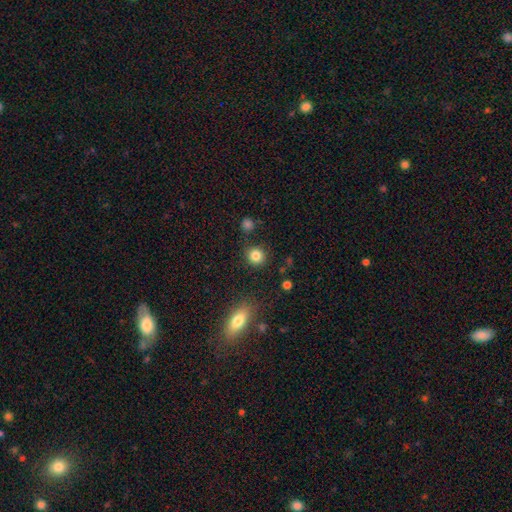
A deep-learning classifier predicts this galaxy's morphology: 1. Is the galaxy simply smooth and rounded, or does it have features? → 84% smooth, 11% star or artifact, 5% featured or disk.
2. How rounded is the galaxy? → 90% round, 9% in between, 1% cigar-shaped.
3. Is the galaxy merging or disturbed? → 87% none, 7% minor disturbance, 3% merger, 3% major disturbance.